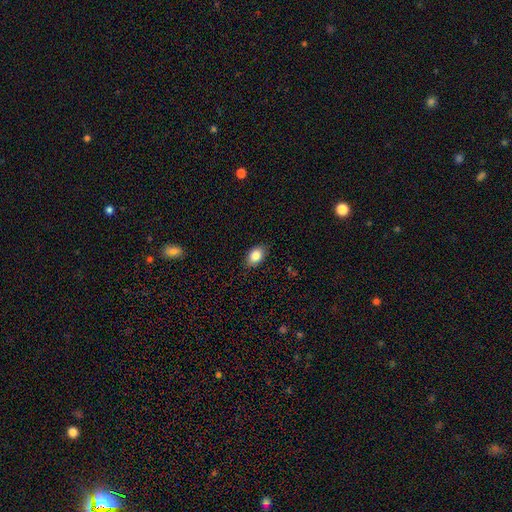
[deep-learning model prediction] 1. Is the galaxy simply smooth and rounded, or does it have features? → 84% smooth, 8% featured or disk, 8% star or artifact.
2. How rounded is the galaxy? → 86% in between, 13% round, 1% cigar-shaped.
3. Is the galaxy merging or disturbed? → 87% none, 10% minor disturbance, 2% major disturbance, 1% merger.